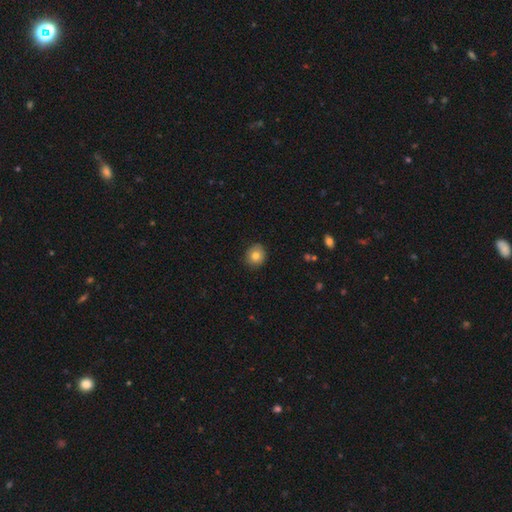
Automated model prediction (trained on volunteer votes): This is clearly a smooth galaxy (80%). How rounded: clearly round (83%). Merging: clearly none (88%).